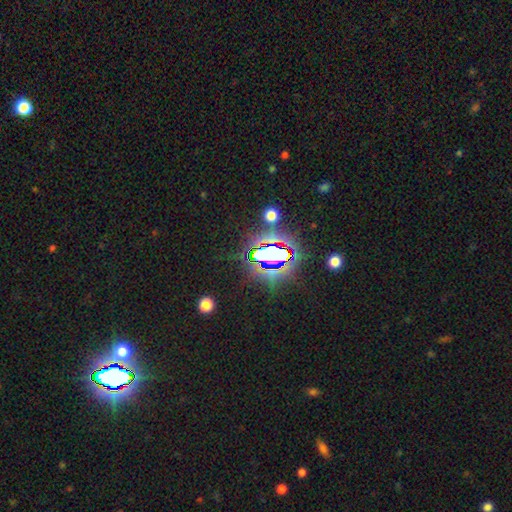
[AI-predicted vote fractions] Morphology: type=star or artifact (82%).